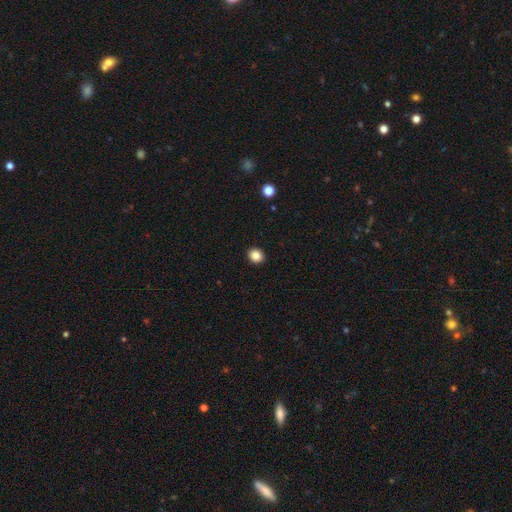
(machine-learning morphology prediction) This appears to be a smooth galaxy with no disk features (86%) that is round (75%). Merging: none (93%).